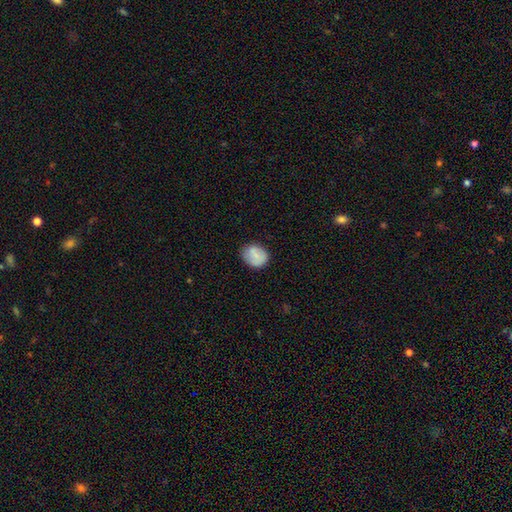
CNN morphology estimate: smooth-or-featured: smooth: 77% | featured or disk: 15% | star or artifact: 8%
  how-rounded: round: 55% | in between: 44% | cigar-shaped: 1%
  merging: none: 77% | minor disturbance: 17% | major disturbance: 4% | merger: 2%